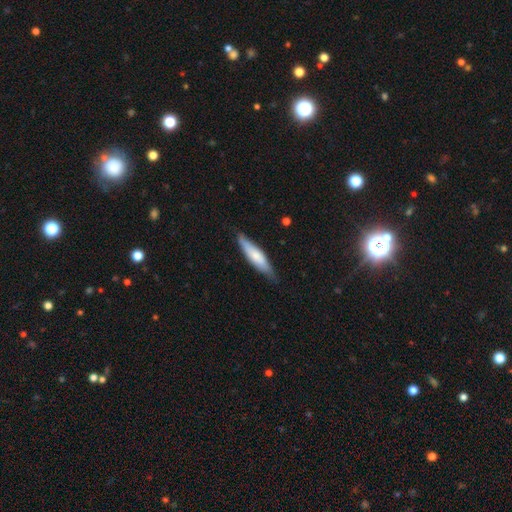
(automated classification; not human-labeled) smooth_or_featured: smooth (p=0.66) [alt: featured or disk p=0.29]
how_rounded: cigar-shaped (p=0.75) [alt: in between p=0.24]
merging: none (p=0.78) [alt: minor disturbance p=0.18]